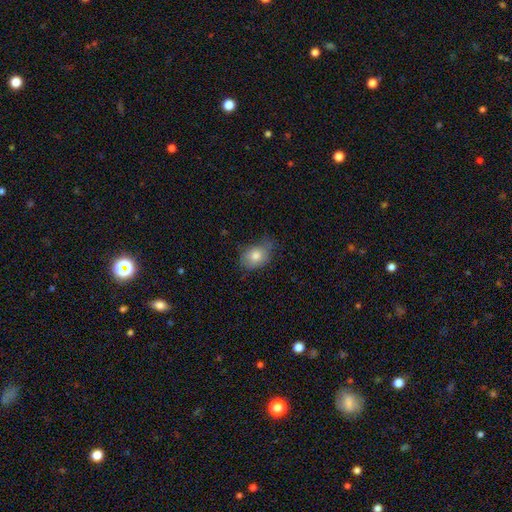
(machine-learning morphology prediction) smooth 79%, featured or disk 13%, star or artifact 8%. Down the decision tree: how rounded — in between (72%); merging — none (52%).